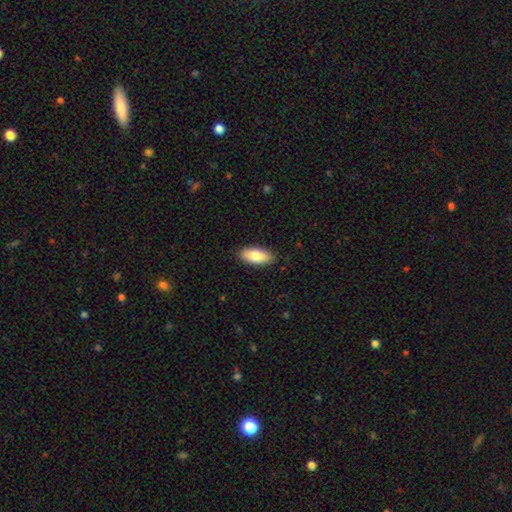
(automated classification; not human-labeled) Smooth or featured? Predicted: smooth (p=0.82). How rounded? Predicted: in between (p=0.87). Merging? Predicted: none (p=0.88).